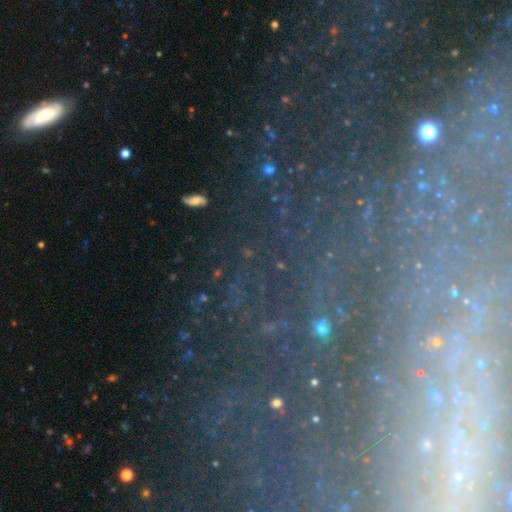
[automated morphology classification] Smooth or featured?
  - featured or disk: 49% *
  - star or artifact: 36%
  - smooth: 15%
Merging?
  - none: 72% *
  - minor disturbance: 14%
  - major disturbance: 9%
  - merger: 5%